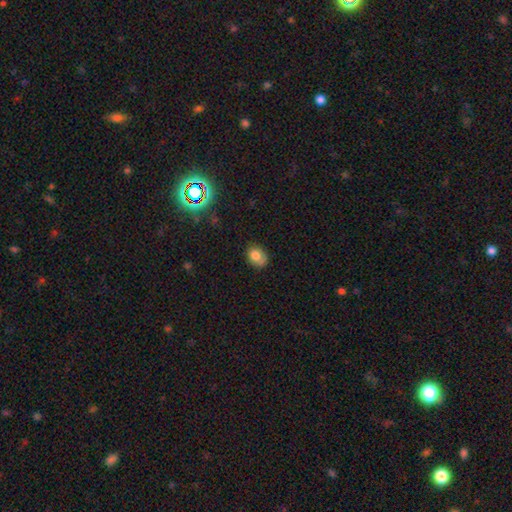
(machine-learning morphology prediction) Smooth or featured?
  - smooth: 78% *
  - star or artifact: 12%
  - featured or disk: 10%
How rounded?
  - in between: 65% *
  - round: 34%
  - cigar-shaped: 1%
Merging?
  - none: 69% *
  - minor disturbance: 24%
  - major disturbance: 5%
  - merger: 2%